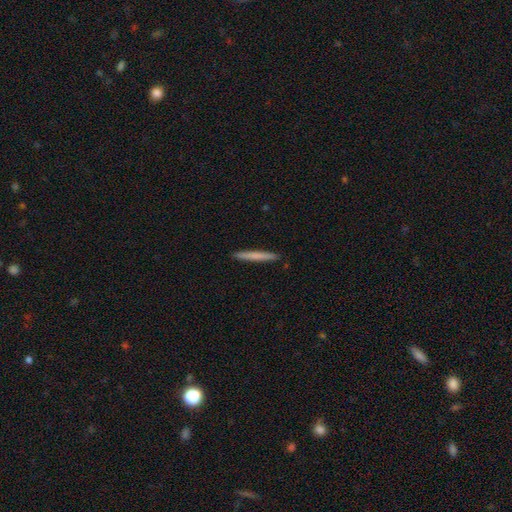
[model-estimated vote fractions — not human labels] smooth-or-featured: smooth: 69% | featured or disk: 26% | star or artifact: 5%
  how-rounded: cigar-shaped: 97% | in between: 2% | round: 1%
  merging: none: 93% | minor disturbance: 5% | major disturbance: 1% | merger: 1%